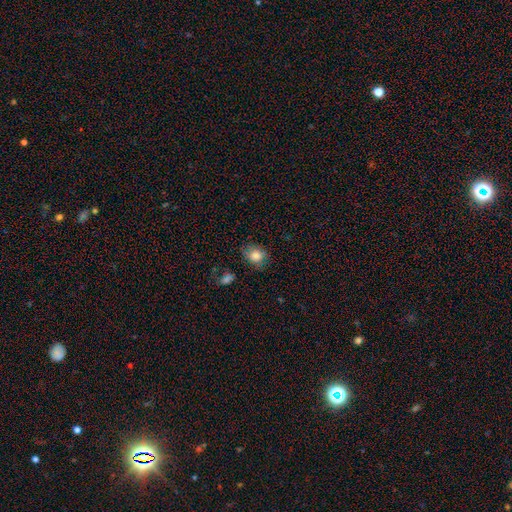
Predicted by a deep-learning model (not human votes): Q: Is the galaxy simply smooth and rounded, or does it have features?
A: smooth — 82%.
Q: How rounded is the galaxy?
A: round — 55%.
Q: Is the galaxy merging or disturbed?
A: none — 73%.